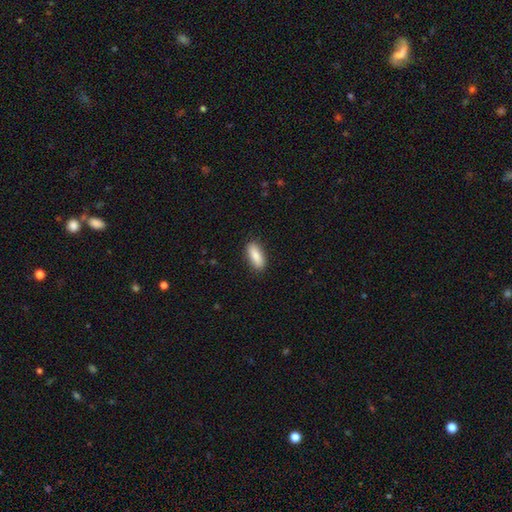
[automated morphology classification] A smooth galaxy with no disk features (86%) that is in between round and cigar-shaped (74%).

Vote fractions:
- Smooth or featured? smooth: 86% / featured or disk: 8% / star or artifact: 6%
- How rounded? in between: 74% / cigar-shaped: 24% / round: 2%
- Merging? none: 88% / minor disturbance: 9% / major disturbance: 2% / merger: 1%